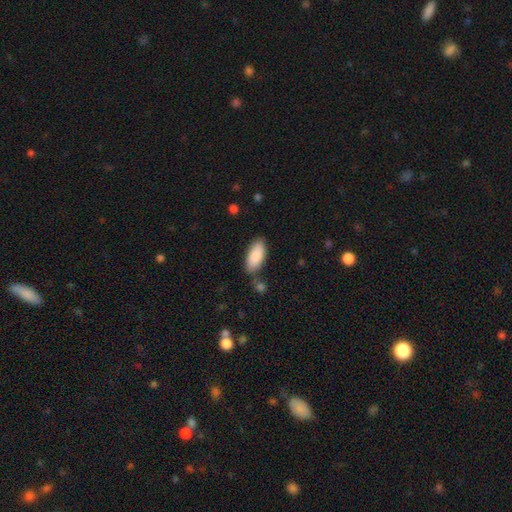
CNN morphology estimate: smooth_or_featured: smooth (p=0.87) [alt: featured or disk p=0.07]
how_rounded: in between (p=0.87) [alt: cigar-shaped p=0.11]
merging: none (p=0.76) [alt: minor disturbance p=0.15]